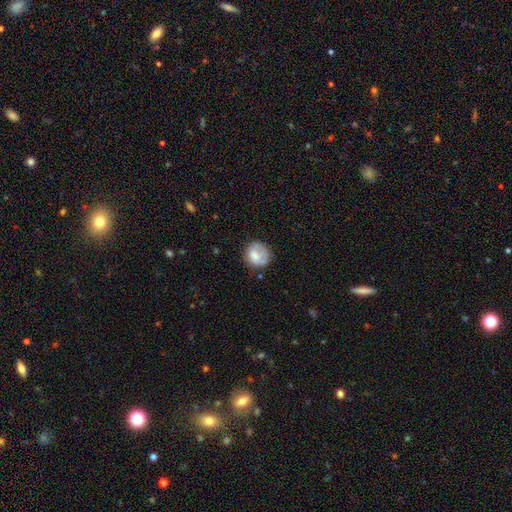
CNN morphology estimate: A smooth galaxy with no disk features (67%) that is round (77%).

Vote fractions:
- Smooth or featured? smooth: 67% / featured or disk: 25% / star or artifact: 8%
- How rounded? round: 77% / in between: 22% / cigar-shaped: 1%
- Merging? none: 59% / minor disturbance: 25% / major disturbance: 13% / merger: 3%